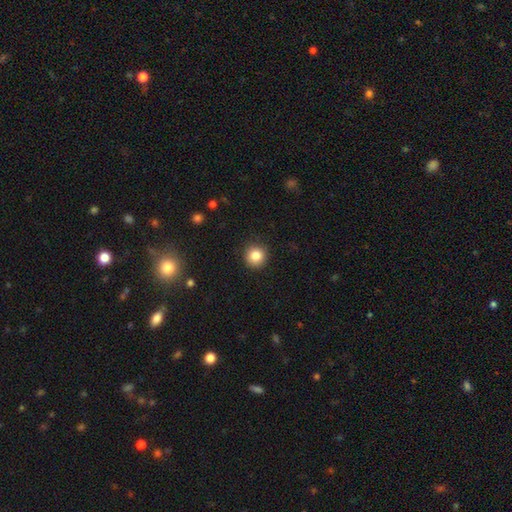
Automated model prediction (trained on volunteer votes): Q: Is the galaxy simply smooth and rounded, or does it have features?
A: smooth — 84%.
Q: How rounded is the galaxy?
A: round — 94%.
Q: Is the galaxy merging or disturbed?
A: none — 91%.